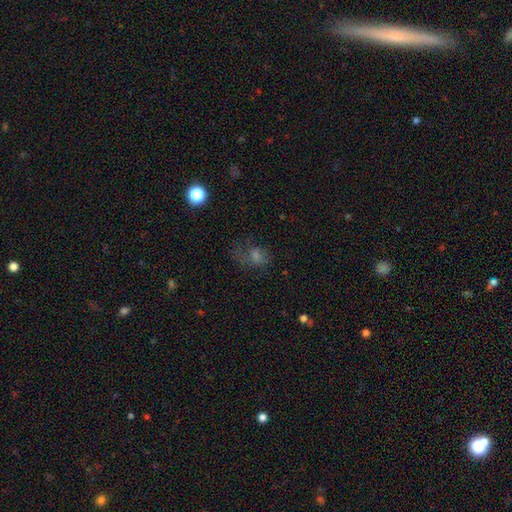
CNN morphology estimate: A smooth galaxy with no disk features (43%). Merging: none (45%).